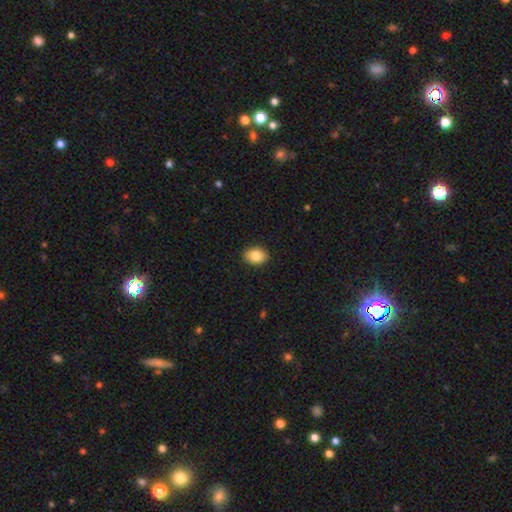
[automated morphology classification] Overall: smooth (85%). How rounded: in between (75%). Merging: none (90%).